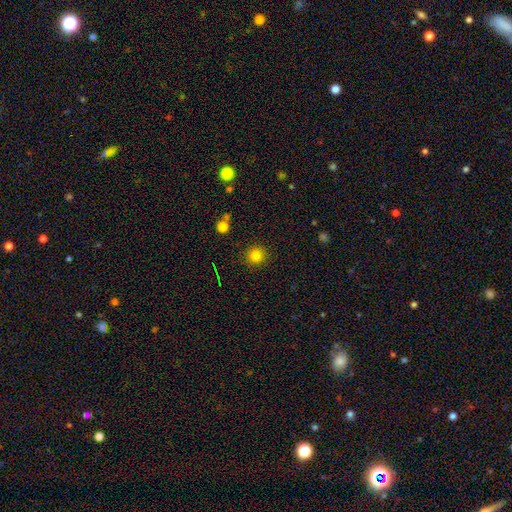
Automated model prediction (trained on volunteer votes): smooth_or_featured: smooth (p=0.82) [alt: star or artifact p=0.13]
how_rounded: round (p=0.93) [alt: in between p=0.06]
merging: none (p=0.89) [alt: minor disturbance p=0.06]